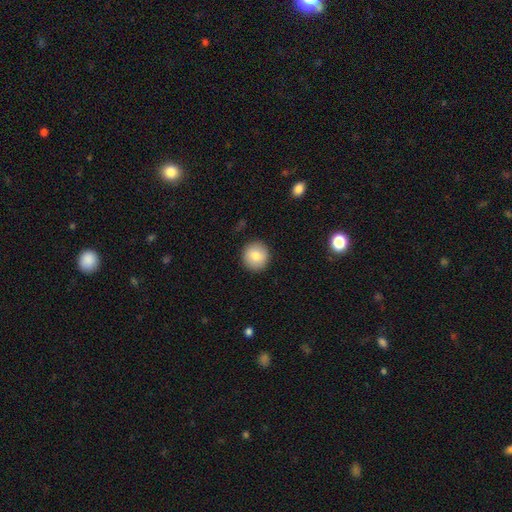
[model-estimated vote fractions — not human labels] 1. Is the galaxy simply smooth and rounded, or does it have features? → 81% smooth, 10% featured or disk, 8% star or artifact.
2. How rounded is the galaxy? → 94% round, 5% in between, 1% cigar-shaped.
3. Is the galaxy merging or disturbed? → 91% none, 6% minor disturbance, 2% major disturbance, 1% merger.